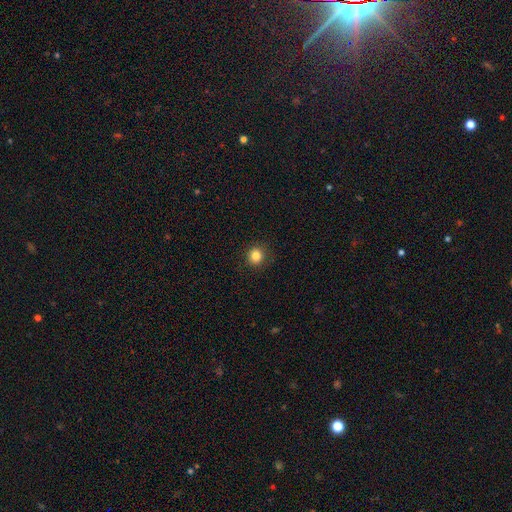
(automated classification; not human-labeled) Overall: smooth (83%). How rounded: round (90%). Merging: none (90%).